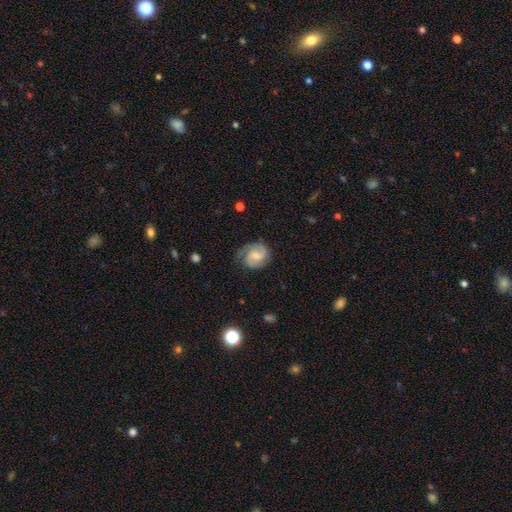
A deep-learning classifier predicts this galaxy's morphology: Smooth or featured?
  - featured or disk: 62% *
  - smooth: 31%
  - star or artifact: 7%
Edge-on disk?
  - no: 98% *
  - yes: 2%
Bar?
  - weak: 49% *
  - no: 40%
  - strong: 11%
Spiral arms?
  - yes: 93% *
  - no: 7%
Spiral winding?
  - medium: 44% *
  - tight: 37%
  - loose: 19%
Spiral arm count?
  - 2: 71% *
  - 1: 11%
  - can't tell: 11%
  - 3: 4%
  - 4: 1%
  - more than 4: 1%
Bulge size?
  - small: 42% *
  - moderate: 35%
  - none: 17%
  - large: 5%
  - dominant: 1%
Merging?
  - none: 62% *
  - minor disturbance: 25%
  - major disturbance: 11%
  - merger: 1%